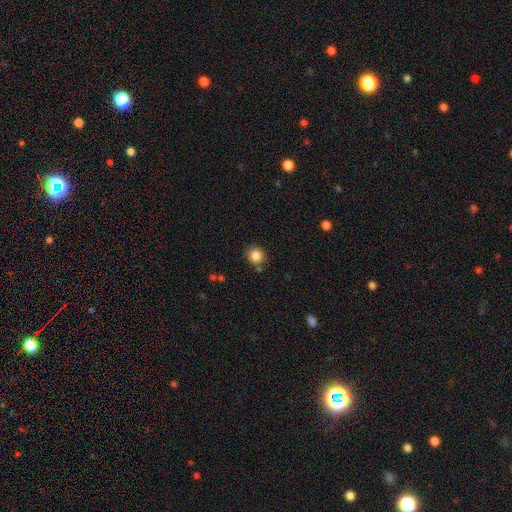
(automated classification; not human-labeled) Smooth or featured? Predicted: smooth (p=0.85). How rounded? Predicted: round (p=0.79). Merging? Predicted: none (p=0.79).